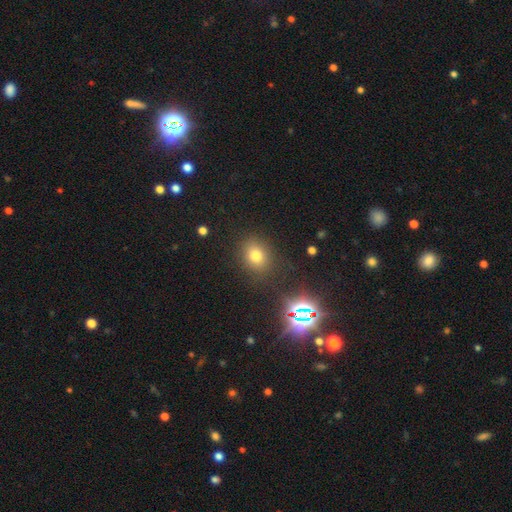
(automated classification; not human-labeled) Smooth or featured? Predicted: smooth (p=0.71). How rounded? Predicted: round (p=0.56). Merging? Predicted: none (p=0.84).